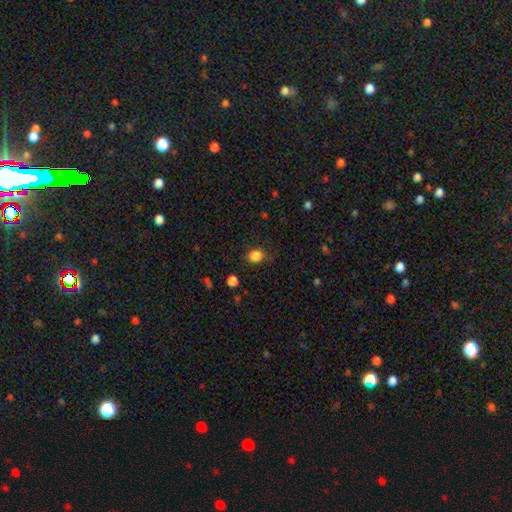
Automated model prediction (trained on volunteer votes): Smooth or featured? Predicted: smooth (p=0.85). How rounded? Predicted: round (p=0.65). Merging? Predicted: none (p=0.78).